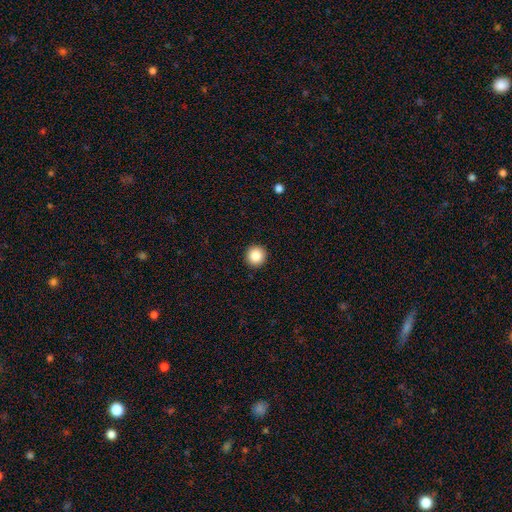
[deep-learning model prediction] Smooth or featured?
  - smooth: 86% *
  - star or artifact: 9%
  - featured or disk: 4%
How rounded?
  - round: 96% *
  - in between: 3%
  - cigar-shaped: 1%
Merging?
  - none: 94% *
  - minor disturbance: 4%
  - major disturbance: 1%
  - merger: 1%